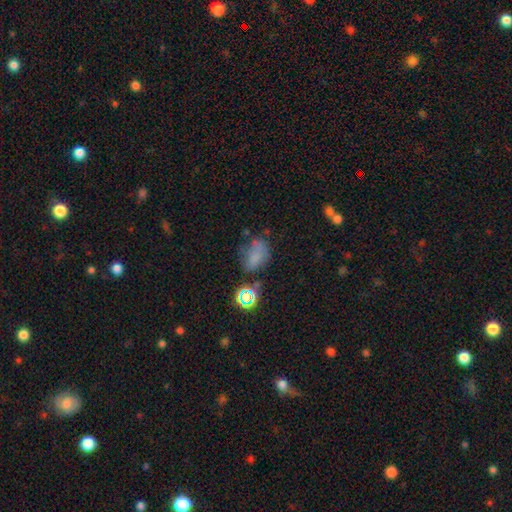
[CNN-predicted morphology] Q: Smooth or featured?
A: smooth (60%); runner-up: star or artifact (22%)
Q: How rounded?
A: in between (71%); runner-up: round (28%)
Q: Merging?
A: none (45%); runner-up: minor disturbance (28%)